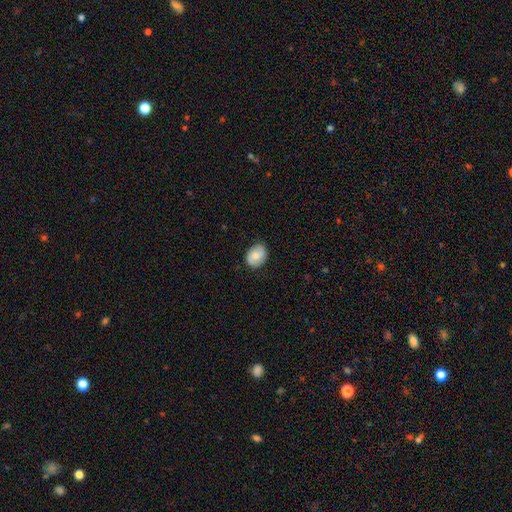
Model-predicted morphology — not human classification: The model was most divided on "how rounded": in between: 58%, round: 41%, cigar-shaped: 1%. More confident: merging — none (80%); smooth or featured — smooth (60%).